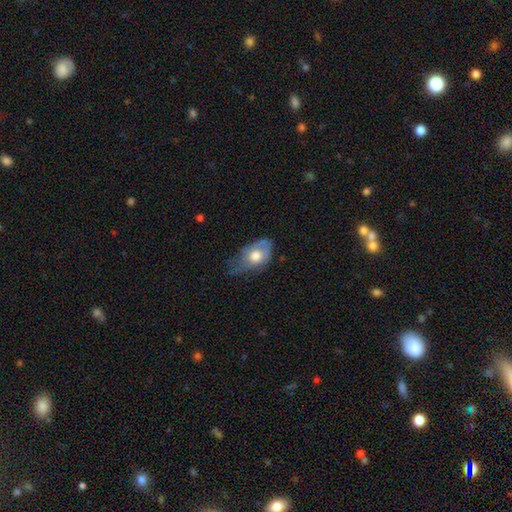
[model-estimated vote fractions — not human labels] Smooth or featured? smooth (61%)
How rounded? in between (83%)
Merging? minor disturbance (44%)